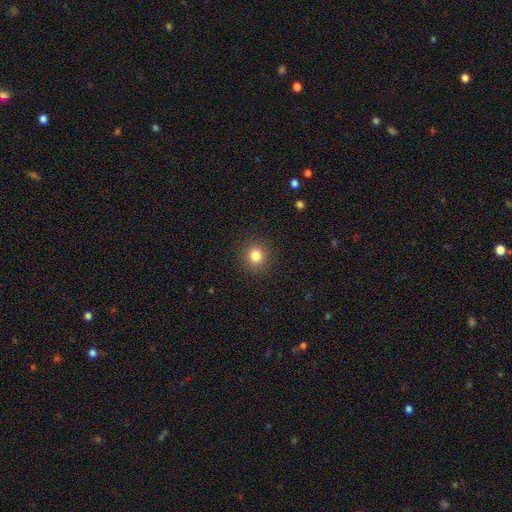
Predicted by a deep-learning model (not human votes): smooth_or_featured: smooth (p=0.83) [alt: star or artifact p=0.11]
how_rounded: round (p=0.88) [alt: in between p=0.11]
merging: none (p=0.90) [alt: minor disturbance p=0.06]